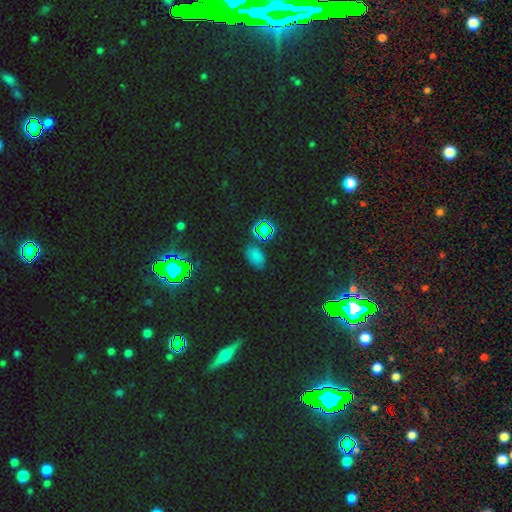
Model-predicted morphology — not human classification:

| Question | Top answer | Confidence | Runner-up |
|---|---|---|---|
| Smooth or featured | smooth | 53% | star or artifact (40%) |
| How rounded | in between | 85% | round (13%) |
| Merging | none | 82% | minor disturbance (11%) |